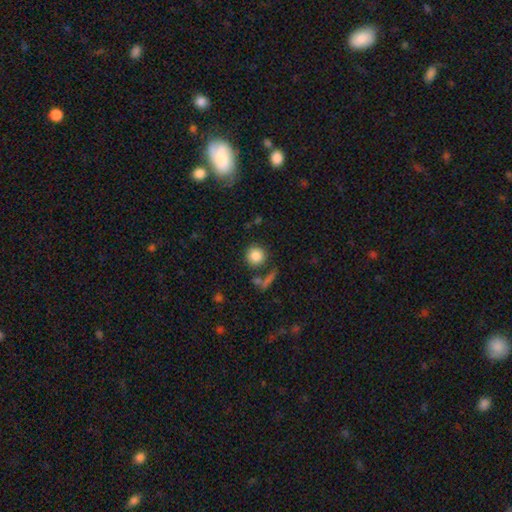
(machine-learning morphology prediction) A smooth galaxy with no disk features (84%) that is round (92%).

Vote fractions:
- Smooth or featured? smooth: 84% / star or artifact: 9% / featured or disk: 7%
- How rounded? round: 92% / in between: 7% / cigar-shaped: 1%
- Merging? none: 78% / minor disturbance: 9% / merger: 9% / major disturbance: 4%